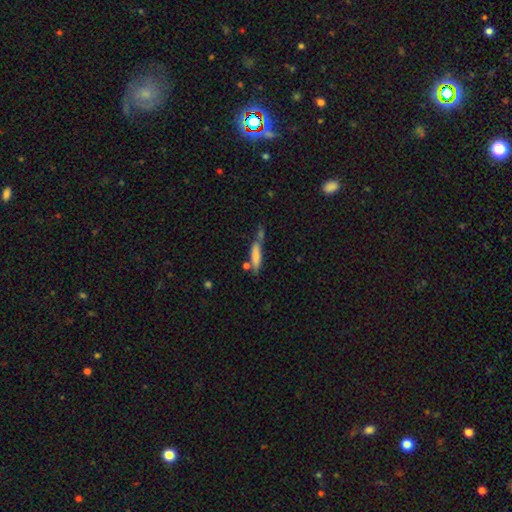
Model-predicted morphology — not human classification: This is likely a smooth galaxy (75%). How rounded: likely cigar-shaped (78%). Merging: possibly none (48%).